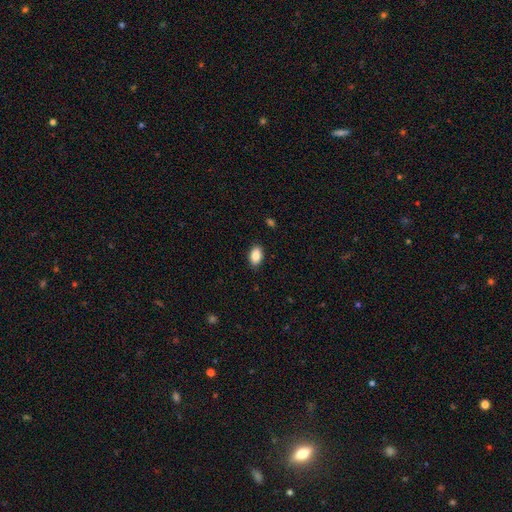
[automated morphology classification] smooth 87%, star or artifact 7%, featured or disk 6%. Down the decision tree: how rounded — in between (91%); merging — none (88%).